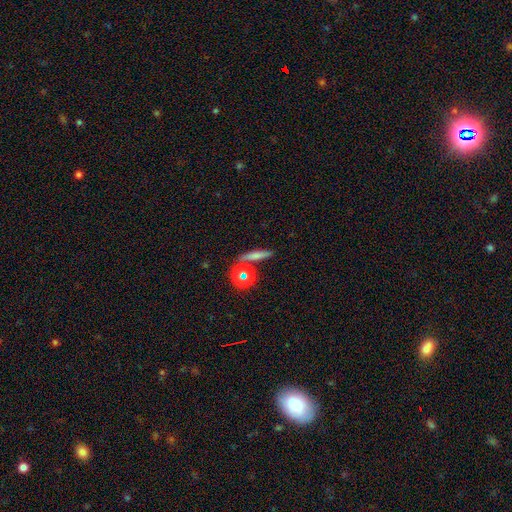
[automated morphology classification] smooth 62%, featured or disk 21%, star or artifact 17%. Down the decision tree: how rounded — cigar-shaped (71%); merging — none (77%).